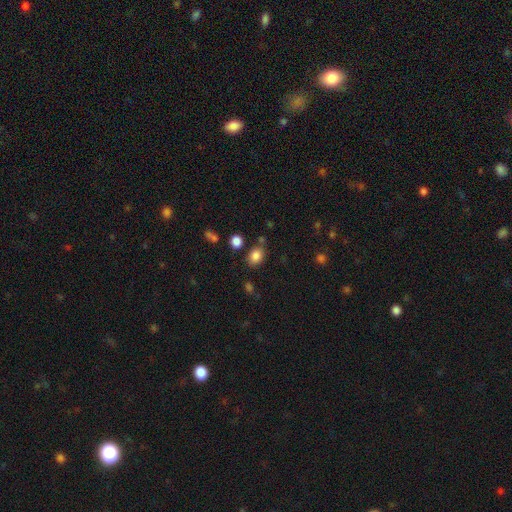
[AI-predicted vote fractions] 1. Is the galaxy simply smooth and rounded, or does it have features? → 84% smooth, 11% star or artifact, 5% featured or disk.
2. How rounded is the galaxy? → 61% in between, 38% round, 1% cigar-shaped.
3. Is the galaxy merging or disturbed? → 76% none, 13% minor disturbance, 7% merger, 4% major disturbance.